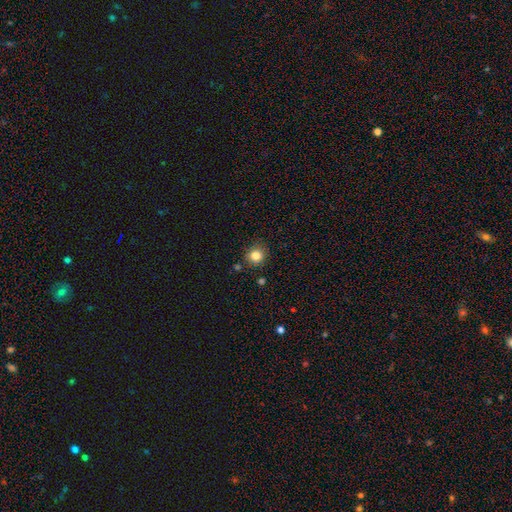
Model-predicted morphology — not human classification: smooth-or-featured: smooth: 83% | star or artifact: 12% | featured or disk: 6%
  how-rounded: round: 89% | in between: 10% | cigar-shaped: 1%
  merging: none: 86% | minor disturbance: 9% | merger: 3% | major disturbance: 2%